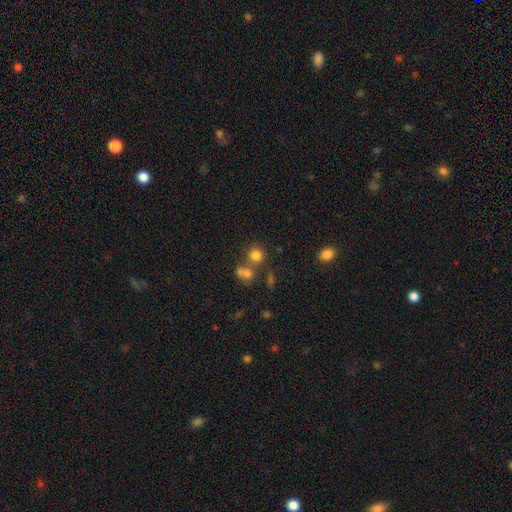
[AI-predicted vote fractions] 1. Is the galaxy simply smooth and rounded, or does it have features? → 78% smooth, 15% star or artifact, 8% featured or disk.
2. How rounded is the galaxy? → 85% round, 14% in between, 1% cigar-shaped.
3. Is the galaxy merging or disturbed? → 60% none, 27% merger, 9% minor disturbance, 4% major disturbance.